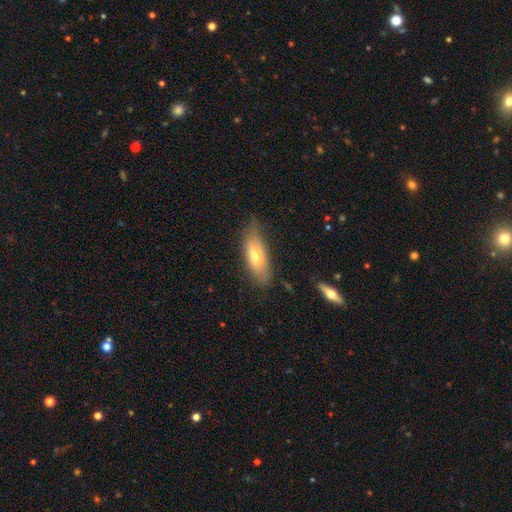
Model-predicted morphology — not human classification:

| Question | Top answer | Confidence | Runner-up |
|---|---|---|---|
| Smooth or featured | smooth | 62% | featured or disk (31%) |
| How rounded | in between | 65% | cigar-shaped (32%) |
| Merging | none | 72% | minor disturbance (21%) |